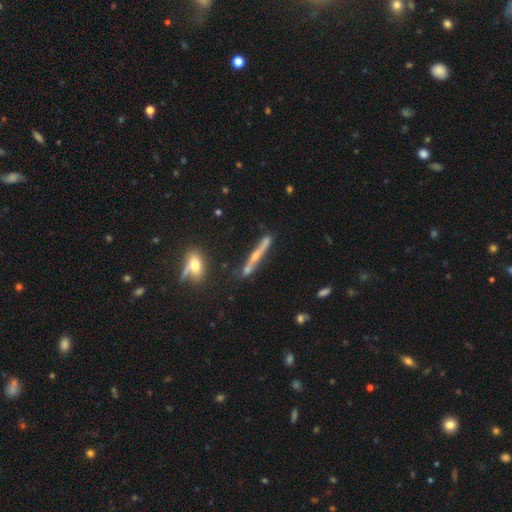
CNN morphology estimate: Smooth or featured?
  - featured or disk: 70% *
  - smooth: 21%
  - star or artifact: 9%
Edge-on disk?
  - yes: 93% *
  - no: 7%
Edge-on bulge?
  - rounded: 78% *
  - none: 16%
  - boxy: 6%
Merging?
  - none: 73% *
  - minor disturbance: 15%
  - merger: 8%
  - major disturbance: 4%